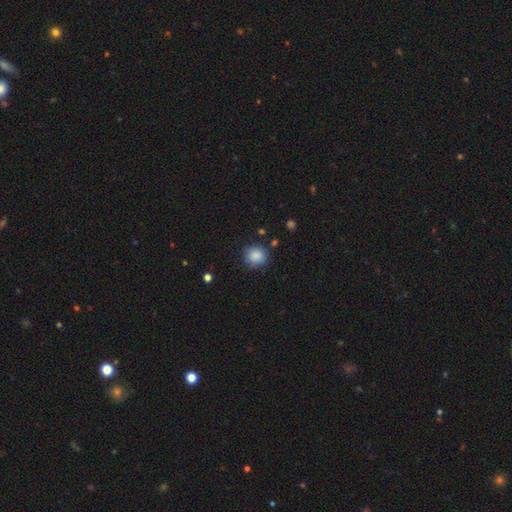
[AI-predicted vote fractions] smooth_or_featured: smooth (p=0.86) [alt: star or artifact p=0.08]
how_rounded: round (p=0.88) [alt: in between p=0.11]
merging: none (p=0.84) [alt: minor disturbance p=0.11]